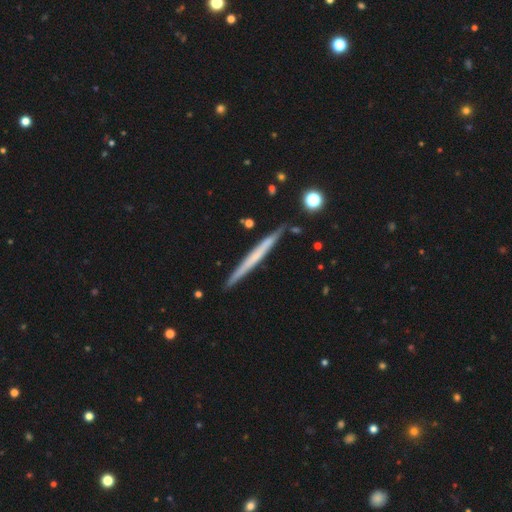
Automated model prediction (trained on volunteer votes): Smooth or featured? featured or disk (52%)
Edge-on disk? yes (97%)
Edge-on bulge? none (86%)
Merging? none (88%)